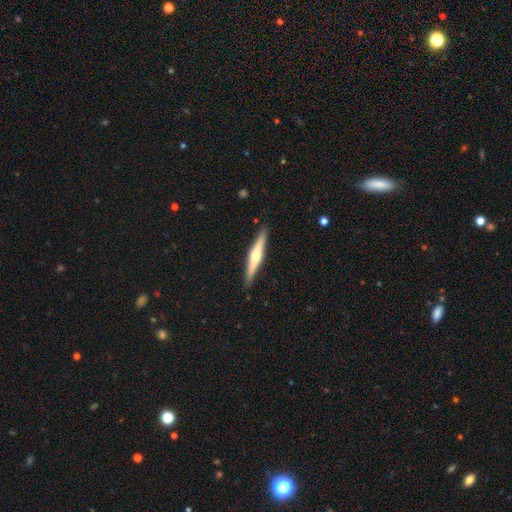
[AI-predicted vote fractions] Smooth or featured?
  - featured or disk: 65% *
  - smooth: 30%
  - star or artifact: 5%
Edge-on disk?
  - yes: 97% *
  - no: 3%
Edge-on bulge?
  - rounded: 88% *
  - none: 6%
  - boxy: 6%
Merging?
  - none: 89% *
  - minor disturbance: 8%
  - major disturbance: 1%
  - merger: 1%